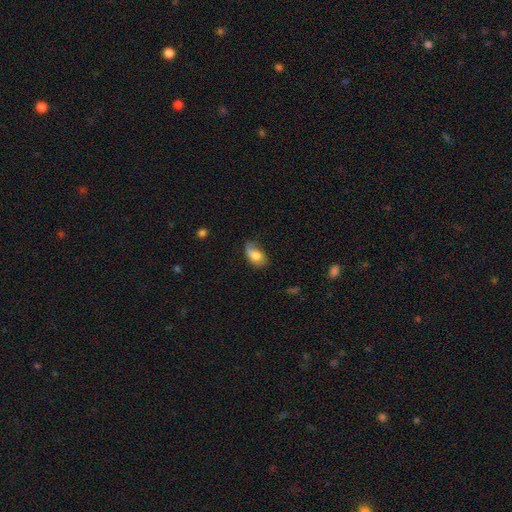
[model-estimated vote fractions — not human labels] smooth_or_featured: smooth (p=0.75) [alt: featured or disk p=0.17]
how_rounded: in between (p=0.89) [alt: round p=0.08]
merging: none (p=0.46) [alt: minor disturbance p=0.38]